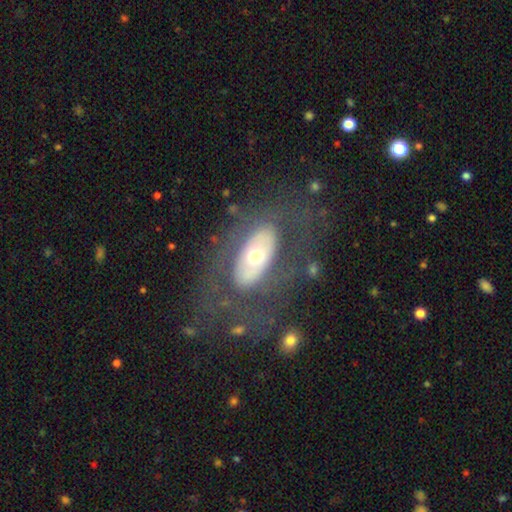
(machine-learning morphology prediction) Smooth or featured?
  - featured or disk: 59% *
  - smooth: 34%
  - star or artifact: 7%
Edge-on disk?
  - no: 88% *
  - yes: 12%
Bar?
  - no: 79% *
  - weak: 12%
  - strong: 9%
Spiral arms?
  - no: 76% *
  - yes: 24%
Bulge size?
  - moderate: 63% *
  - large: 17%
  - small: 17%
  - dominant: 2%
  - none: 1%
Merging?
  - none: 67% *
  - major disturbance: 16%
  - minor disturbance: 14%
  - merger: 2%